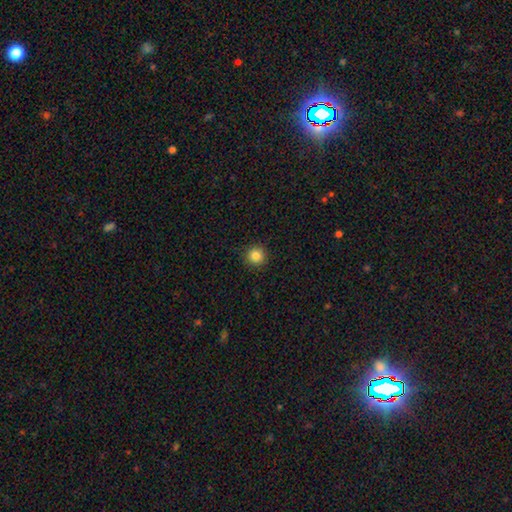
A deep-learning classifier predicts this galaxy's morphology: smooth-or-featured: smooth: 84% | star or artifact: 11% | featured or disk: 5%
  how-rounded: round: 95% | in between: 4% | cigar-shaped: 1%
  merging: none: 92% | minor disturbance: 5% | major disturbance: 2% | merger: 1%